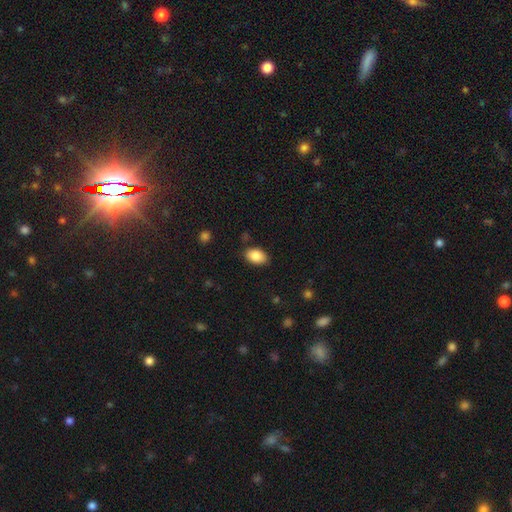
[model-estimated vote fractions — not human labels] Smooth or featured? Predicted: smooth (p=0.87). How rounded? Predicted: in between (p=0.88). Merging? Predicted: none (p=0.84).